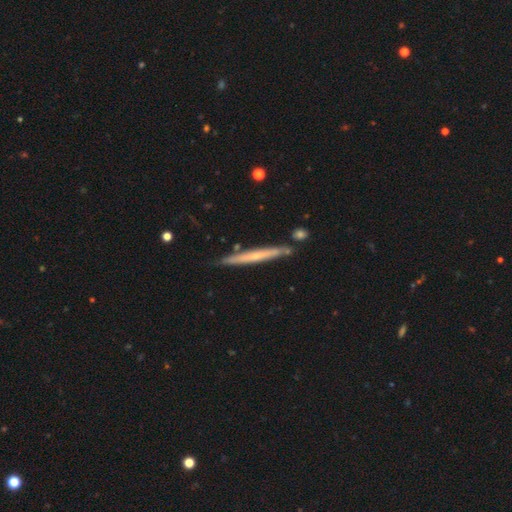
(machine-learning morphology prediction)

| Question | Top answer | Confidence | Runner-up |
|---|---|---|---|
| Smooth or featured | featured or disk | 57% | smooth (37%) |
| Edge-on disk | yes | 95% | no (5%) |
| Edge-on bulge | none | 62% | rounded (34%) |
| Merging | none | 81% | minor disturbance (11%) |